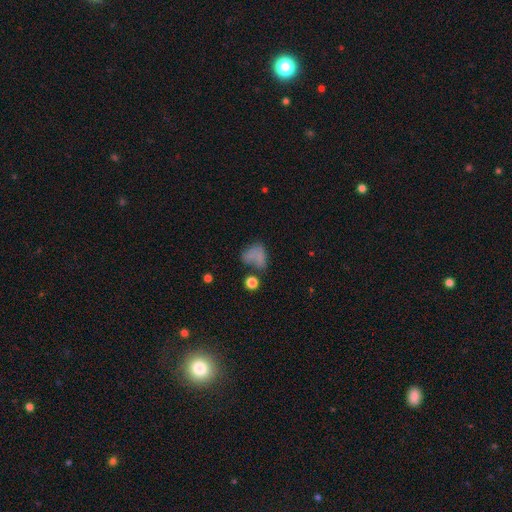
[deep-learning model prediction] Smooth or featured: smooth — 67% (featured or disk — 17%)
How rounded: in between — 64% (round — 34%)
Merging: none — 33% (major disturbance — 29%)